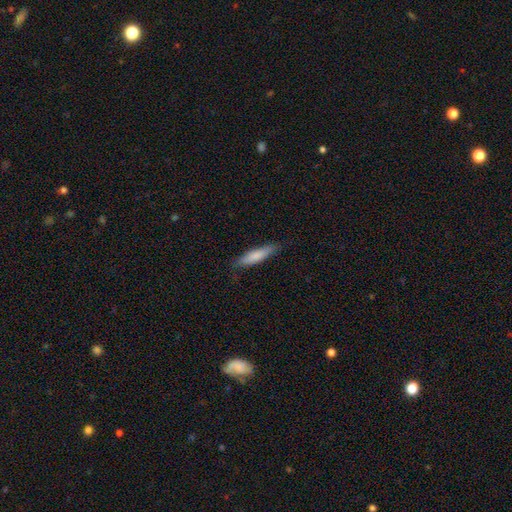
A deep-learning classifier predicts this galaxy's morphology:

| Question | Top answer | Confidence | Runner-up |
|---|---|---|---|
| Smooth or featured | smooth | 79% | featured or disk (16%) |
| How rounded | cigar-shaped | 80% | in between (18%) |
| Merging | none | 83% | minor disturbance (14%) |